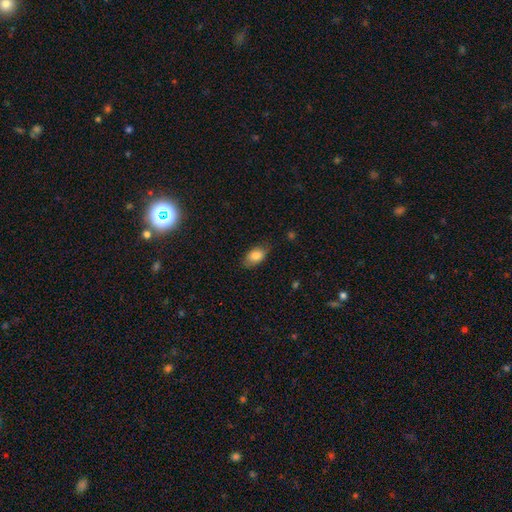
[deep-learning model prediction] Smooth or featured?
  - smooth: 83% *
  - featured or disk: 10%
  - star or artifact: 8%
How rounded?
  - in between: 89% *
  - round: 9%
  - cigar-shaped: 2%
Merging?
  - none: 75% *
  - minor disturbance: 20%
  - major disturbance: 4%
  - merger: 1%